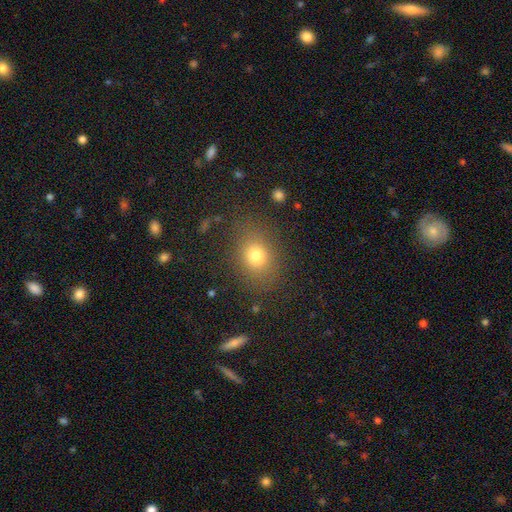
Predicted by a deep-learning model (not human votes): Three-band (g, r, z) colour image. It shows a smooth galaxy with no disk features (75%) that is in between round and cigar-shaped (53%). Merging: none (80%).